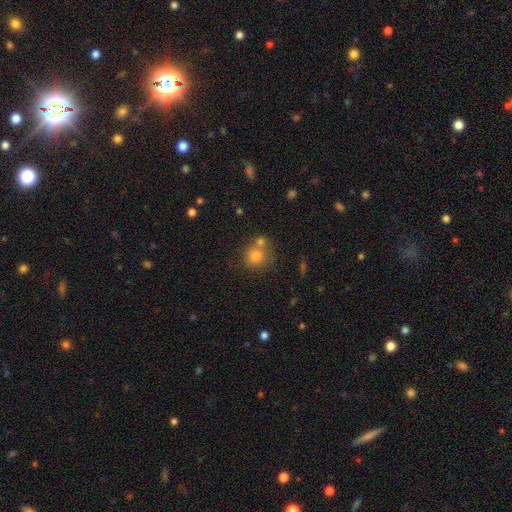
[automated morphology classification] smooth_or_featured: smooth (p=0.77) [alt: star or artifact p=0.13]
how_rounded: round (p=0.83) [alt: in between p=0.16]
merging: none (p=0.56) [alt: merger p=0.26]